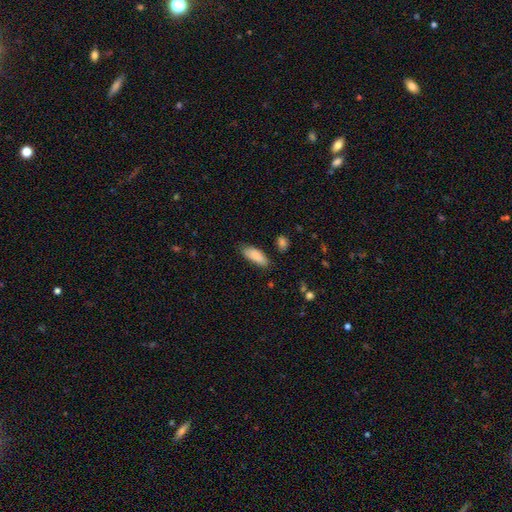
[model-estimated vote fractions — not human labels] This appears to be a smooth galaxy with no disk features (88%) that is in between round and cigar-shaped (74%). Merging: none (75%).